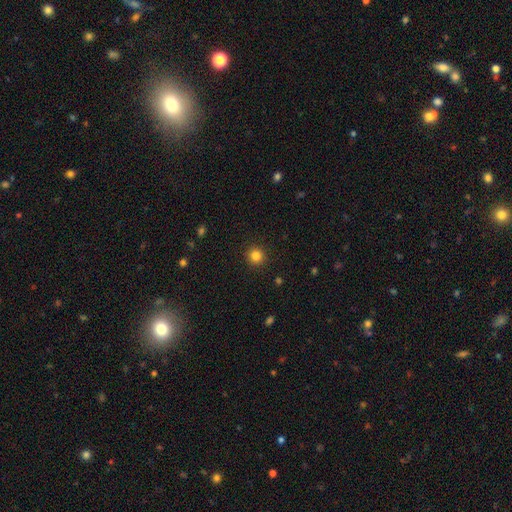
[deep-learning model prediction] Smooth or featured: smooth — 84% (star or artifact — 12%)
How rounded: round — 93% (in between — 6%)
Merging: none — 92% (minor disturbance — 5%)